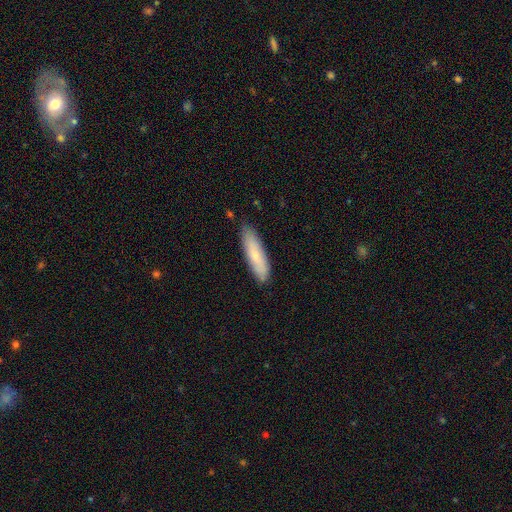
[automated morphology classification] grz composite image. It shows a smooth galaxy with no disk features (75%) that is cigar-shaped (70%). Merging: none (83%).